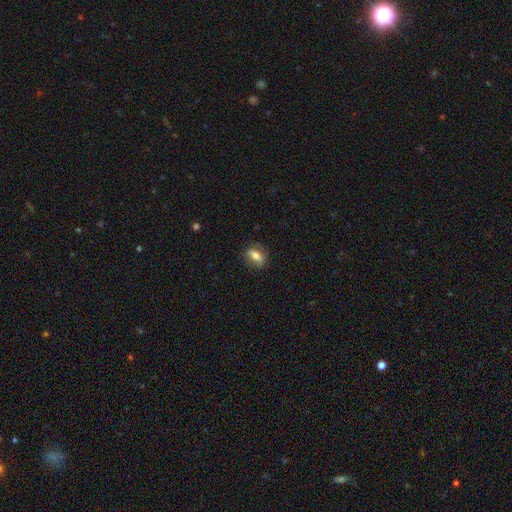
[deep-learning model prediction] Smooth or featured? Predicted: smooth (p=0.71). How rounded? Predicted: in between (p=0.72). Merging? Predicted: none (p=0.79).